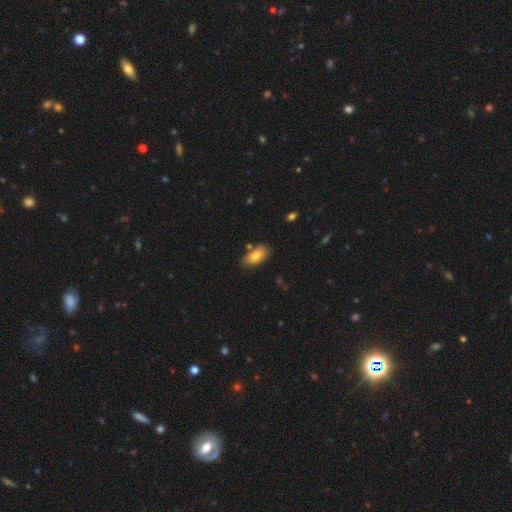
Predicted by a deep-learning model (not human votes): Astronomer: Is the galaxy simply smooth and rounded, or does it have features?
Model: smooth — 81%.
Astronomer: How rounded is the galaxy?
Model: in between — 91%.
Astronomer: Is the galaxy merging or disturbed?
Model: none — 72%.